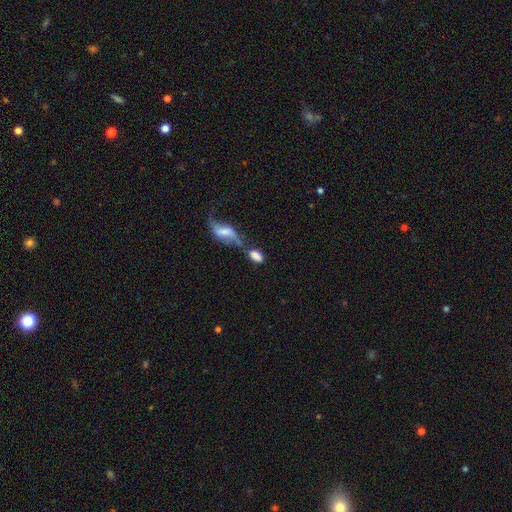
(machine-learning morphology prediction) type=smooth (70%); roundness=in between (88%); merging=merger (52%).